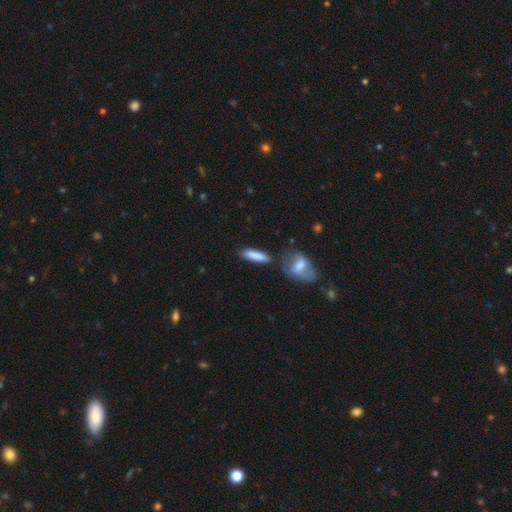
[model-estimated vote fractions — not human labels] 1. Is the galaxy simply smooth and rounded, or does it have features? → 84% smooth, 10% featured or disk, 6% star or artifact.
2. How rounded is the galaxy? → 65% cigar-shaped, 33% in between, 2% round.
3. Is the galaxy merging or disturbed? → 72% none, 14% minor disturbance, 10% merger, 4% major disturbance.